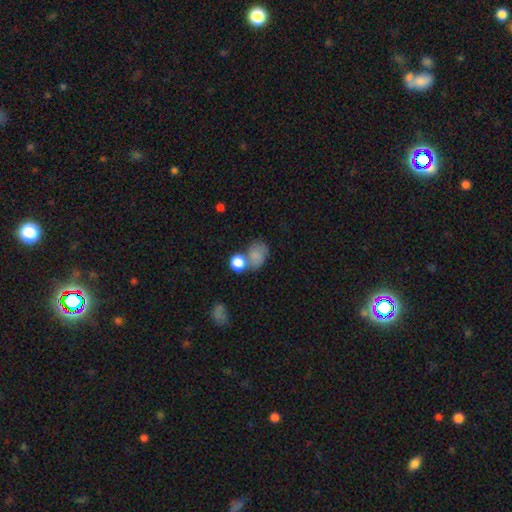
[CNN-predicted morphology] Smooth or featured: smooth — 75% (featured or disk — 14%)
How rounded: in between — 53% (round — 46%)
Merging: none — 39% (merger — 34%)